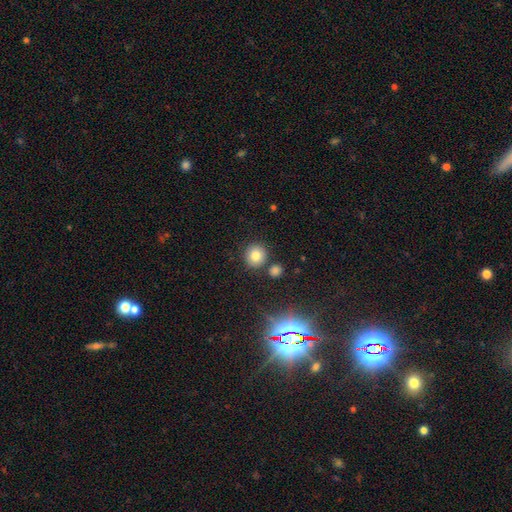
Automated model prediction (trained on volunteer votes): smooth_or_featured: smooth (p=0.79) [alt: star or artifact p=0.13]
how_rounded: round (p=0.92) [alt: in between p=0.07]
merging: none (p=0.81) [alt: merger p=0.09]